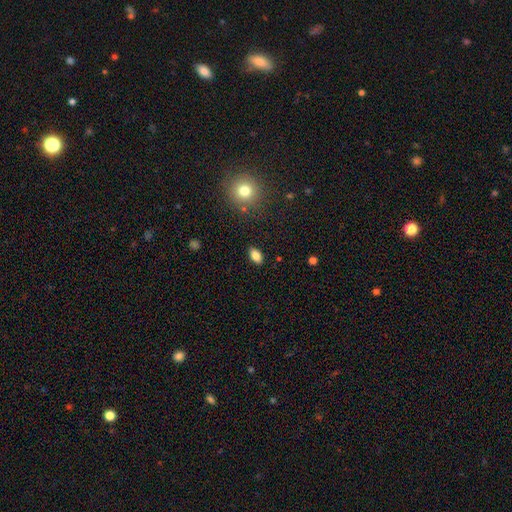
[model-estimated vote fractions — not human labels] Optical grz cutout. It shows a smooth galaxy with no disk features (81%) that is in between round and cigar-shaped (88%). Merging: none (87%).